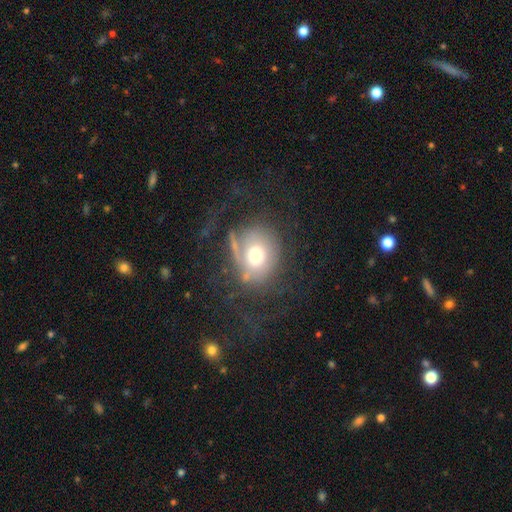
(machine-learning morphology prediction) smooth-or-featured: smooth: 54% | featured or disk: 35% | star or artifact: 12%
  how-rounded: round: 59% | in between: 40% | cigar-shaped: 1%
  merging: none: 48% | major disturbance: 29% | minor disturbance: 19% | merger: 4%